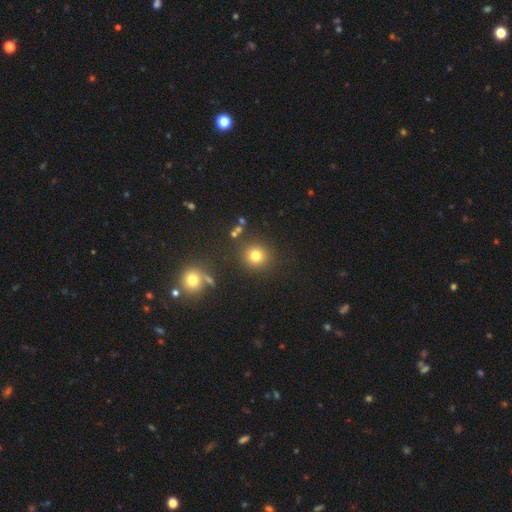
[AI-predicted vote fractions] Overall: smooth (77%). How rounded: round (92%). Merging: none (85%).